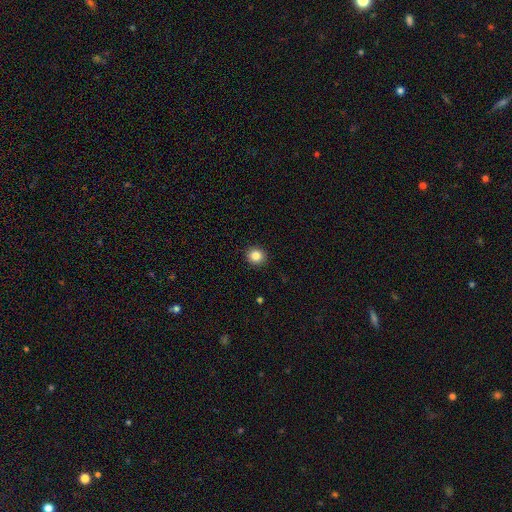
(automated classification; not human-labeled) The model was most divided on "smooth or featured": smooth: 86%, star or artifact: 10%, featured or disk: 4%. More confident: merging — none (93%); how rounded — round (89%).